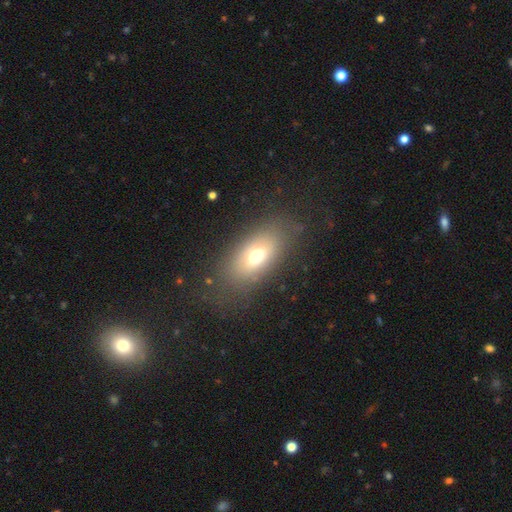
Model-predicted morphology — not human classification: Smooth or featured: smooth — 64% (featured or disk — 23%)
How rounded: in between — 82% (round — 13%)
Merging: none — 75% (minor disturbance — 14%)